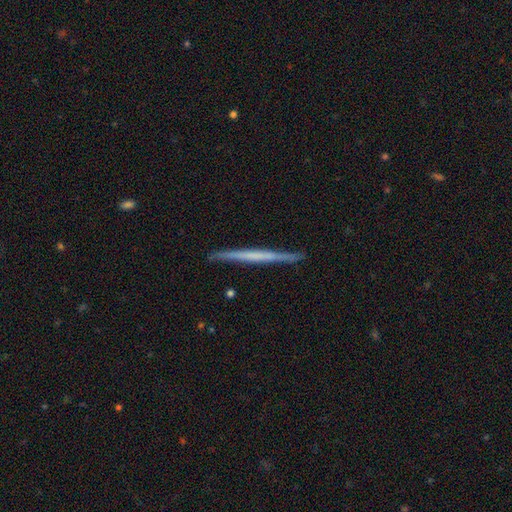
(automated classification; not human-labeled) Morphology: type=featured or disk (58%); edge-on=yes (97%); edge-on bulge=none (84%); merging=none (90%).